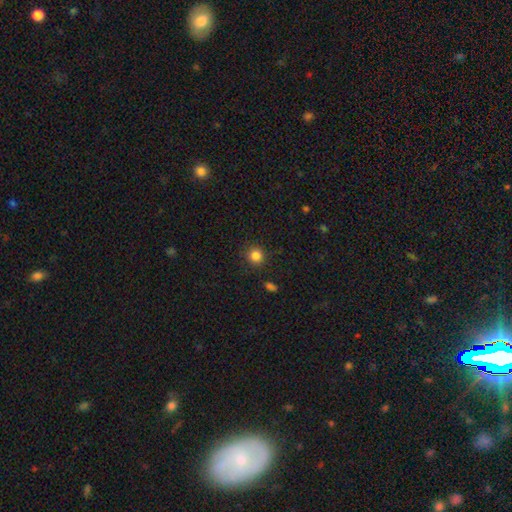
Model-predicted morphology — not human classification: The model was most divided on "smooth or featured": smooth: 84%, star or artifact: 12%, featured or disk: 4%. More confident: how rounded — round (92%); merging — none (88%).